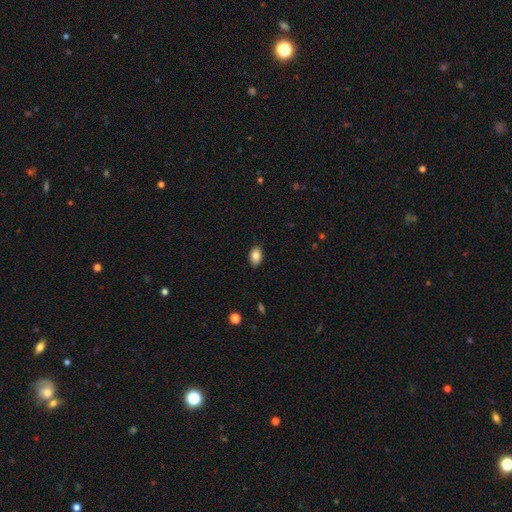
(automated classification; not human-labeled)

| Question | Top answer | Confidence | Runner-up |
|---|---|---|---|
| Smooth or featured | smooth | 86% | star or artifact (8%) |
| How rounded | in between | 88% | round (11%) |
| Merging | none | 89% | minor disturbance (8%) |